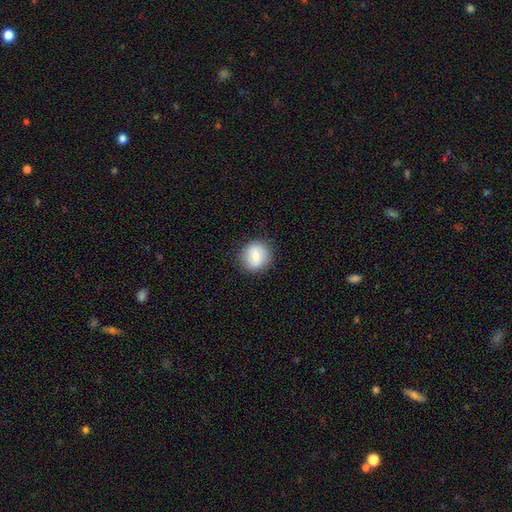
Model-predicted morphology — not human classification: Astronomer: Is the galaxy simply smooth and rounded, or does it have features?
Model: smooth — 74%.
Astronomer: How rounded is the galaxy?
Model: round — 87%.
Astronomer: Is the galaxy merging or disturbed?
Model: none — 87%.